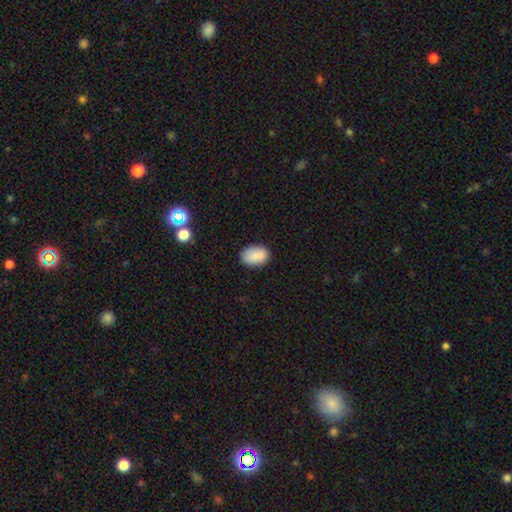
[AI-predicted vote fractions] Smooth or featured? Predicted: smooth (p=0.88). How rounded? Predicted: in between (p=0.84). Merging? Predicted: none (p=0.85).